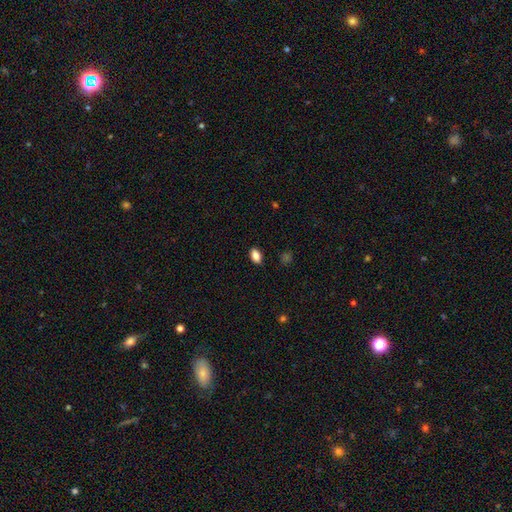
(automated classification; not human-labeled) Smooth or featured? smooth (85%)
How rounded? in between (88%)
Merging? none (88%)